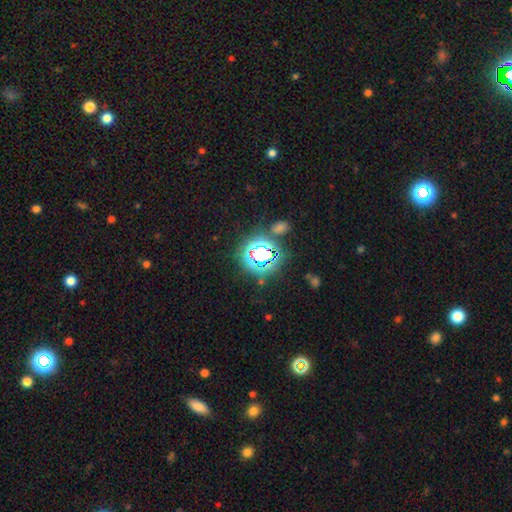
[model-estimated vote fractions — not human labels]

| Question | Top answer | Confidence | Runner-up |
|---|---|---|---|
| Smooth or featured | star or artifact | 75% | smooth (16%) |